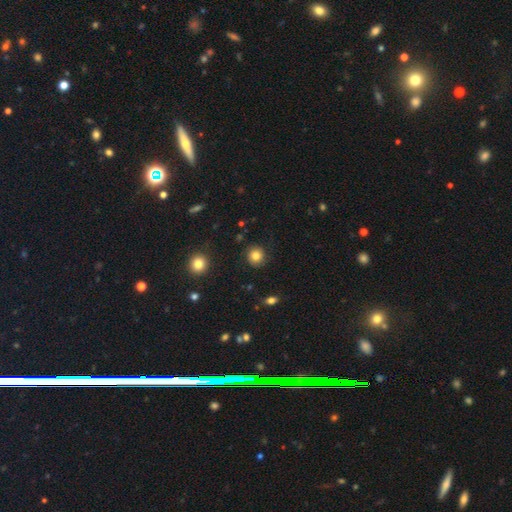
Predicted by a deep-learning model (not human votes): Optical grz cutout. It shows a smooth galaxy with no disk features (81%) that is round (90%). Merging: none (88%).